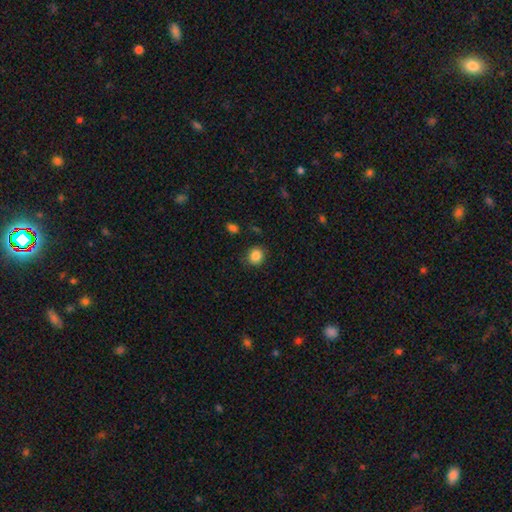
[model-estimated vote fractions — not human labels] smooth_or_featured: smooth (p=0.85) [alt: star or artifact p=0.10]
how_rounded: round (p=0.84) [alt: in between p=0.15]
merging: none (p=0.85) [alt: minor disturbance p=0.11]